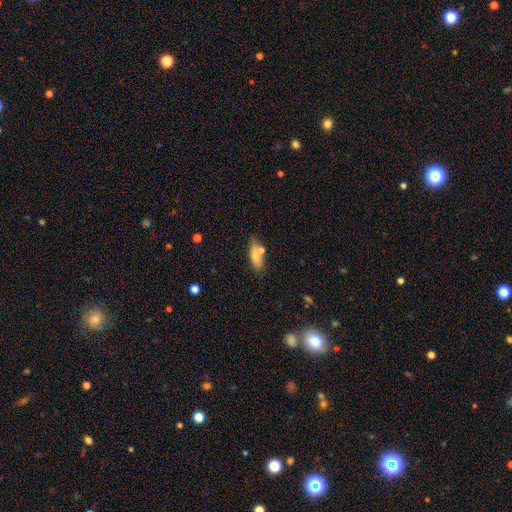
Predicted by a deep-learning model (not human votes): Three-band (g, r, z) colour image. It shows a smooth galaxy with no disk features (75%) that is in between round and cigar-shaped (58%). Merging: none (66%).